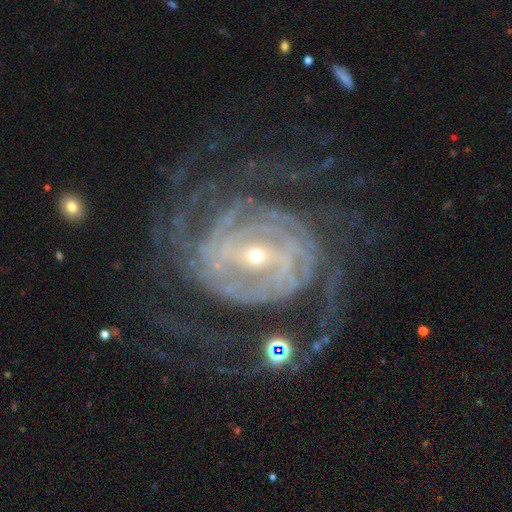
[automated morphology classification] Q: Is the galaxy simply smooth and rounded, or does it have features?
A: featured or disk — 91%.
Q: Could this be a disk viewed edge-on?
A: no — 97%.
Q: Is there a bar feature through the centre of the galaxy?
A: strong — 40%, tied with weak.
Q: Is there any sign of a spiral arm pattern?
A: yes — 97%.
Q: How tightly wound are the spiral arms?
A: tight — 64%.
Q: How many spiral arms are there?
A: can't tell — 24%.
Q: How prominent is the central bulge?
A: small — 75%.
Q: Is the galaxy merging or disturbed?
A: none — 64%.